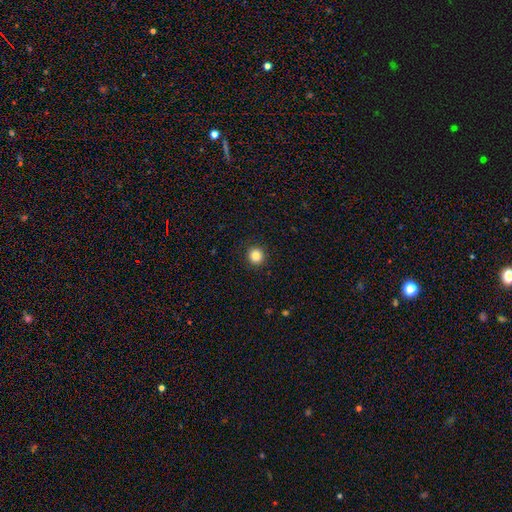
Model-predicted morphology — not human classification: A smooth galaxy with no disk features (85%) that is round (93%). Merging: none (91%).